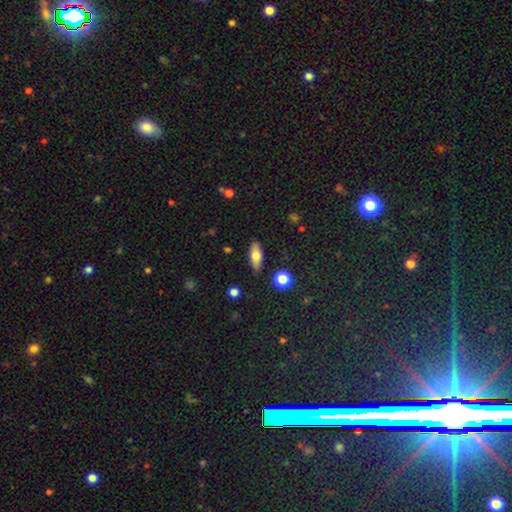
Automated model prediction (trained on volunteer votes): This appears to be a smooth galaxy with no disk features (69%) that is in between round and cigar-shaped (71%). Merging: none (85%).